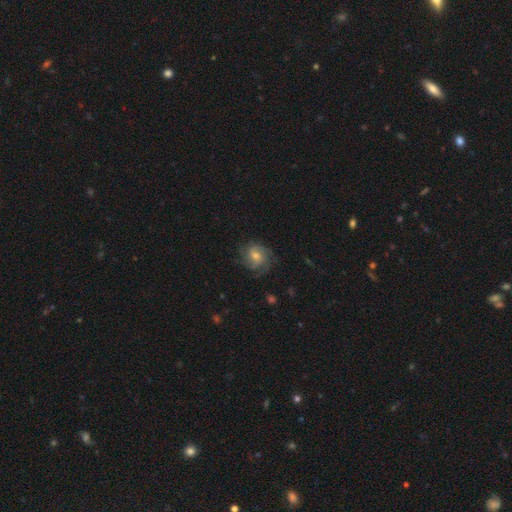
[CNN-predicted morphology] Smooth or featured? Predicted: featured or disk (p=0.64). Edge-on disk? Predicted: no (p=0.97). Bar? Predicted: no (p=0.61). Spiral arms? Predicted: yes (p=0.92). Spiral winding? Predicted: tight (p=0.47). Spiral arm count? Predicted: can't tell (p=0.31). Bulge size? Predicted: moderate (p=0.60). Merging? Predicted: none (p=0.74).